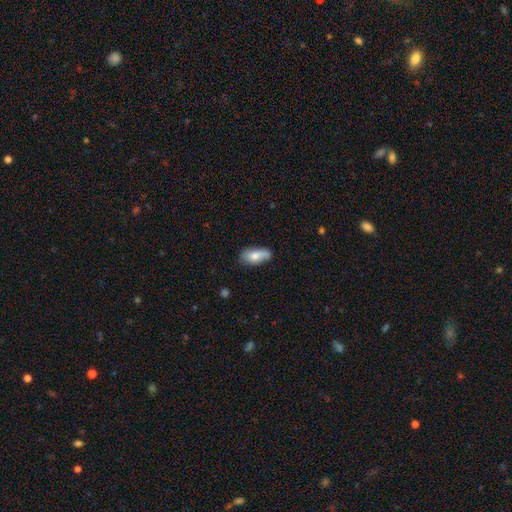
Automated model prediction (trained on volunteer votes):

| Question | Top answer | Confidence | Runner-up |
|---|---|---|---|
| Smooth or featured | smooth | 75% | featured or disk (19%) |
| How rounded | in between | 87% | cigar-shaped (10%) |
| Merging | none | 63% | minor disturbance (28%) |